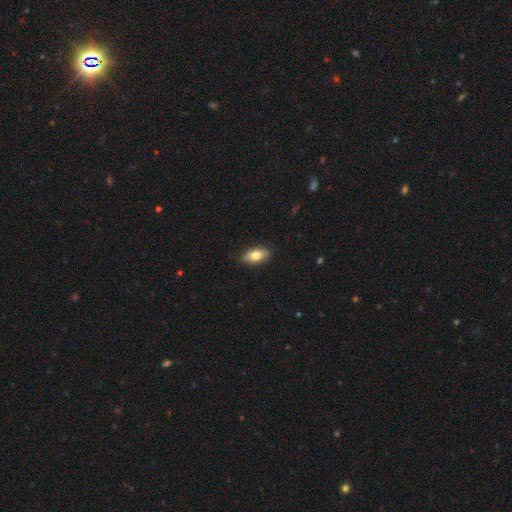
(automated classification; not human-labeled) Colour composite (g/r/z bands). It shows a smooth galaxy with no disk features (74%) that is in between round and cigar-shaped (86%). Merging: none (85%).